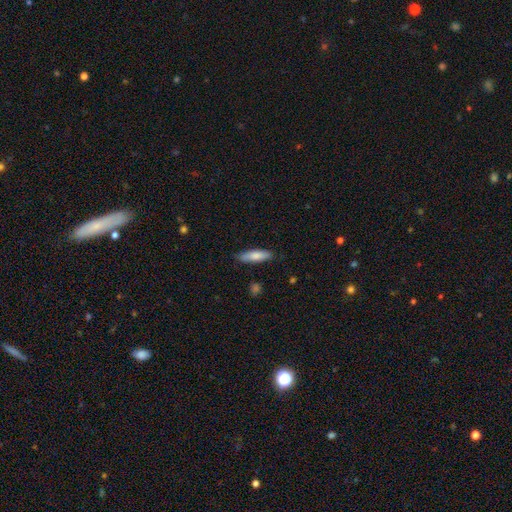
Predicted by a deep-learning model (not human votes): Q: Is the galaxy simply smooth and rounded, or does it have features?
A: smooth — 79%.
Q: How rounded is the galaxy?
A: cigar-shaped — 62%.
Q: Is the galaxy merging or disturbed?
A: none — 85%.